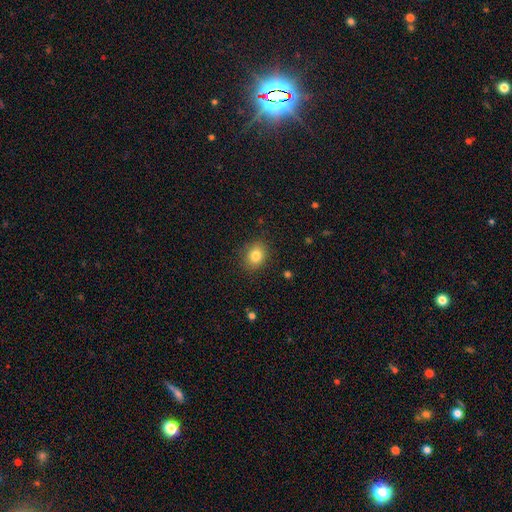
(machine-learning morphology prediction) Q: Smooth or featured?
A: smooth (82%); runner-up: star or artifact (10%)
Q: How rounded?
A: round (51%); runner-up: in between (48%)
Q: Merging?
A: none (87%); runner-up: minor disturbance (9%)